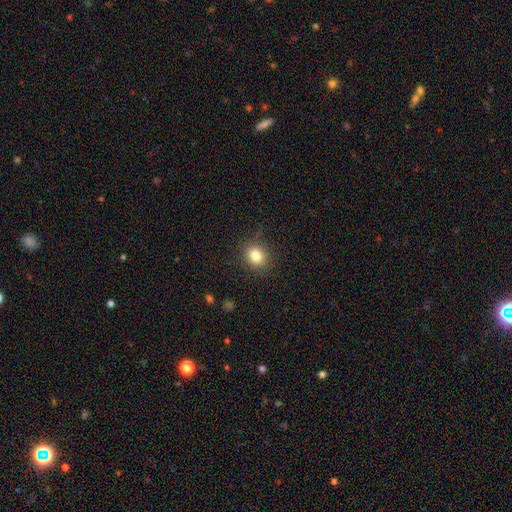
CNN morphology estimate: smooth 82%, star or artifact 11%, featured or disk 7%. Down the decision tree: how rounded — round (69%); merging — none (86%).